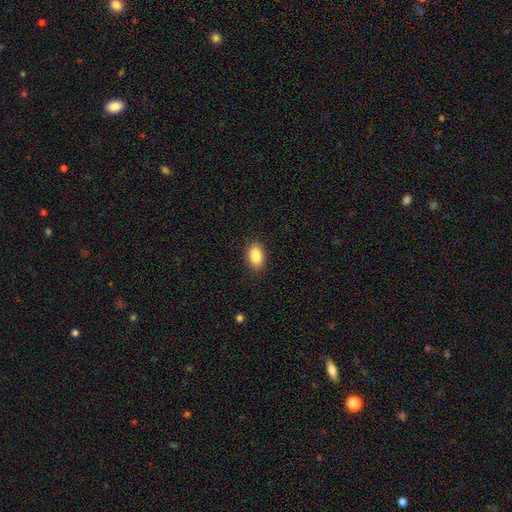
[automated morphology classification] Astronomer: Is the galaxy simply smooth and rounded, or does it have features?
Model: smooth — 87%.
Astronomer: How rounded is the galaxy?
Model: in between — 89%.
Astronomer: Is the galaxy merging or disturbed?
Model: none — 89%.